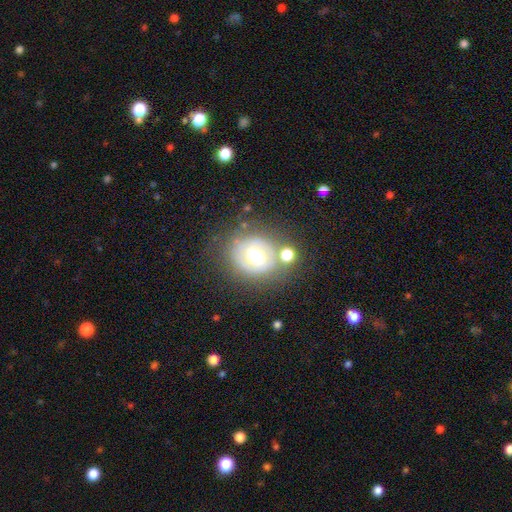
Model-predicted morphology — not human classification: Smooth or featured? featured or disk (46%)
Merging? none (67%)